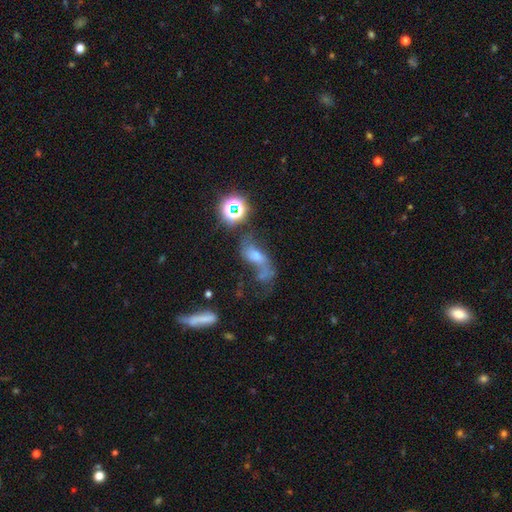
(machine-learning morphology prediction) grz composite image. It shows a featured or disk galaxy (47%). Merging: major disturbance (30%).